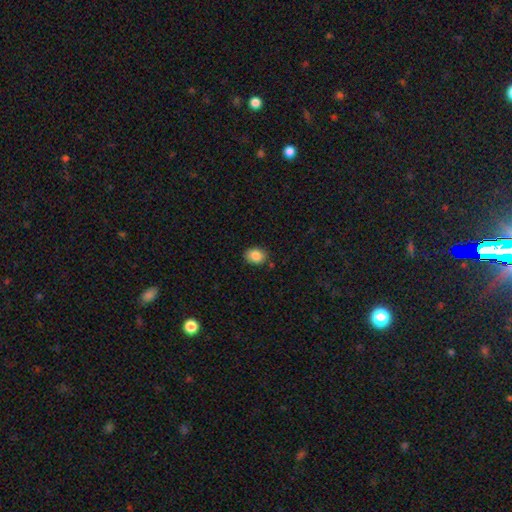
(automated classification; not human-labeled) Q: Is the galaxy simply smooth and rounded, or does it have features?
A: smooth — 85%.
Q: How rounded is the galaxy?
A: in between — 59%.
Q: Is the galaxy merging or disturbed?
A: none — 85%.